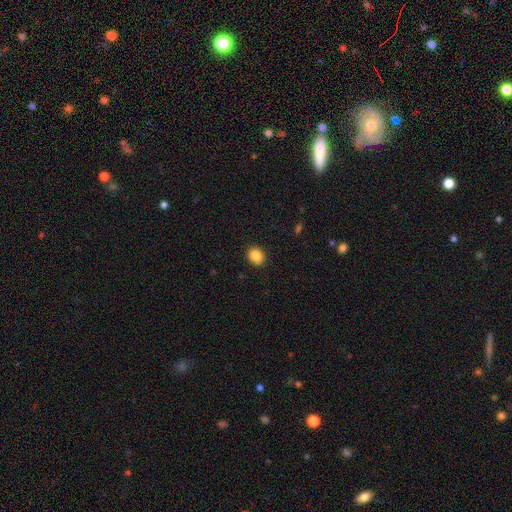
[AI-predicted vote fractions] This is clearly a smooth galaxy (87%). How rounded: possibly round (58%). Merging: clearly none (90%).